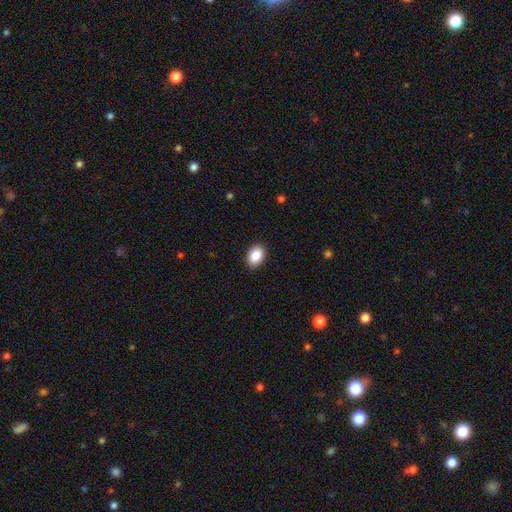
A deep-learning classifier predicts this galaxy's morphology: A smooth galaxy with no disk features (87%) that is in between round and cigar-shaped (77%).

Vote fractions:
- Smooth or featured? smooth: 87% / star or artifact: 8% / featured or disk: 5%
- How rounded? in between: 77% / round: 22% / cigar-shaped: 1%
- Merging? none: 90% / minor disturbance: 8% / major disturbance: 2% / merger: 1%